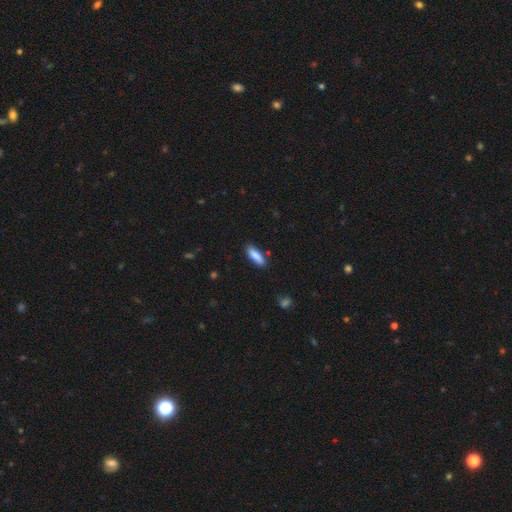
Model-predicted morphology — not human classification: A smooth galaxy with no disk features (88%) that is in between round and cigar-shaped (54%).

Vote fractions:
- Smooth or featured? smooth: 88% / star or artifact: 6% / featured or disk: 6%
- How rounded? in between: 54% / cigar-shaped: 44% / round: 2%
- Merging? none: 85% / minor disturbance: 11% / major disturbance: 2% / merger: 2%